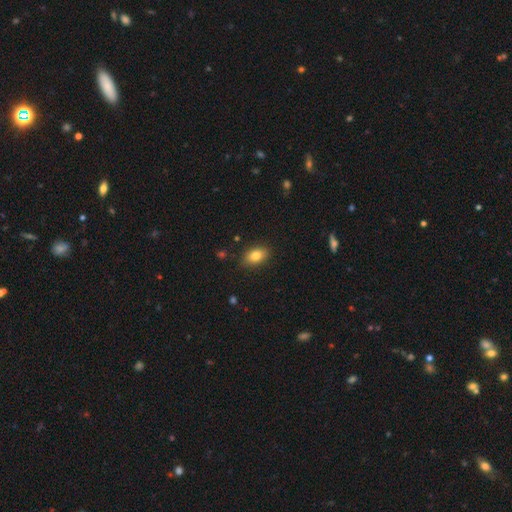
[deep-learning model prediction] Smooth or featured?
  - smooth: 81% *
  - featured or disk: 10%
  - star or artifact: 9%
How rounded?
  - in between: 86% *
  - round: 12%
  - cigar-shaped: 2%
Merging?
  - none: 86% *
  - minor disturbance: 10%
  - major disturbance: 2%
  - merger: 1%